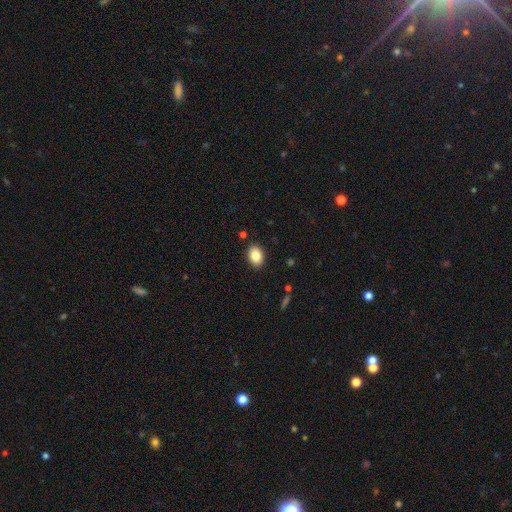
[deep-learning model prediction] smooth 86%, star or artifact 8%, featured or disk 6%. Down the decision tree: how rounded — in between (80%); merging — none (88%).